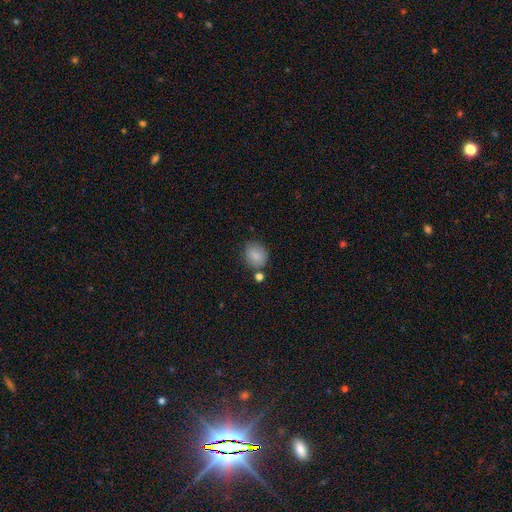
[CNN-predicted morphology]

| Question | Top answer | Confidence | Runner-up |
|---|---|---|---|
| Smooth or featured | smooth | 84% | star or artifact (8%) |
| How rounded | round | 59% | in between (40%) |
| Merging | none | 71% | minor disturbance (16%) |